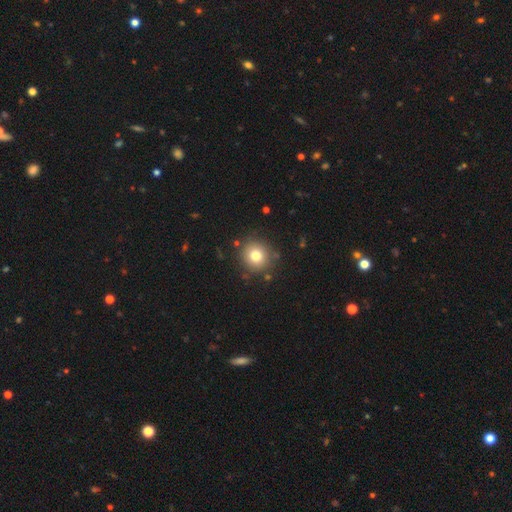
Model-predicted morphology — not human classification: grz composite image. It shows a smooth galaxy with no disk features (76%) that is round (92%). Merging: none (87%).